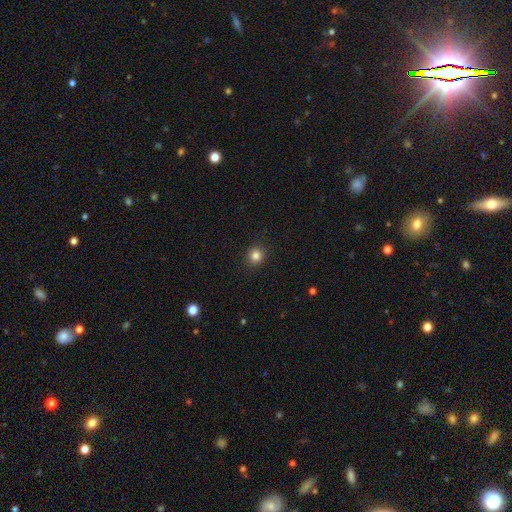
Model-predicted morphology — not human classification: smooth 83%, star or artifact 12%, featured or disk 5%. Down the decision tree: how rounded — round (89%); merging — none (91%).